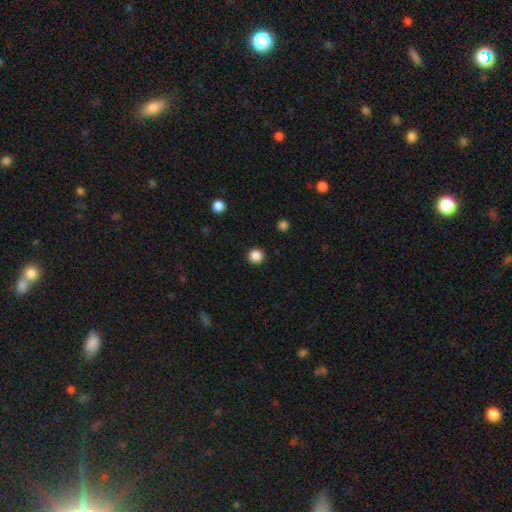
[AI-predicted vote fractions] Smooth or featured? Predicted: smooth (p=0.86). How rounded? Predicted: round (p=0.95). Merging? Predicted: none (p=0.92).